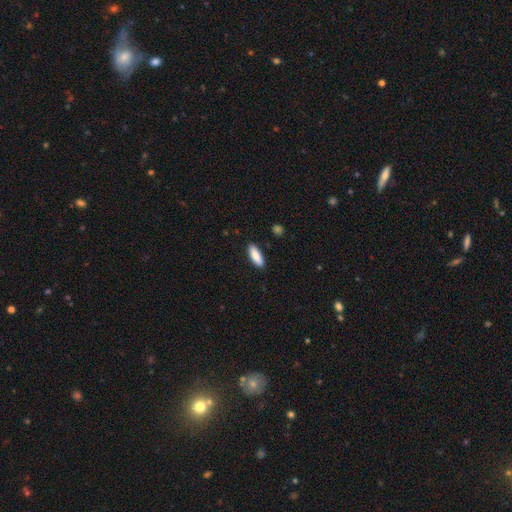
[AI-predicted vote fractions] Smooth or featured: smooth — 86% (featured or disk — 8%)
How rounded: in between — 58% (cigar-shaped — 40%)
Merging: none — 87% (minor disturbance — 10%)